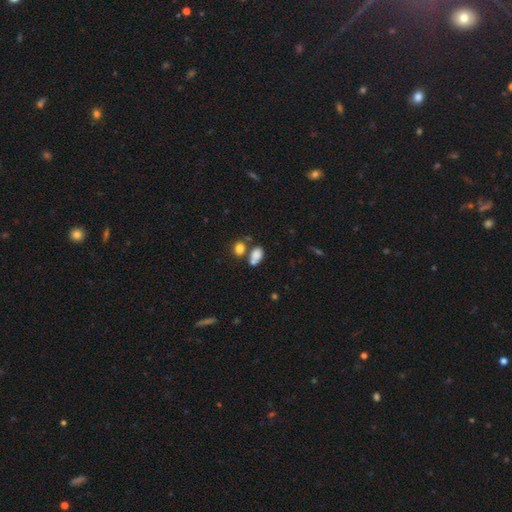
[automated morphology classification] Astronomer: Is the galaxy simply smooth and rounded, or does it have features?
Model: smooth — 81%.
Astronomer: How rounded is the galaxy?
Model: in between — 81%.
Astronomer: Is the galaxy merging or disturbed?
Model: merger — 41% (runner-up: none, 40%).